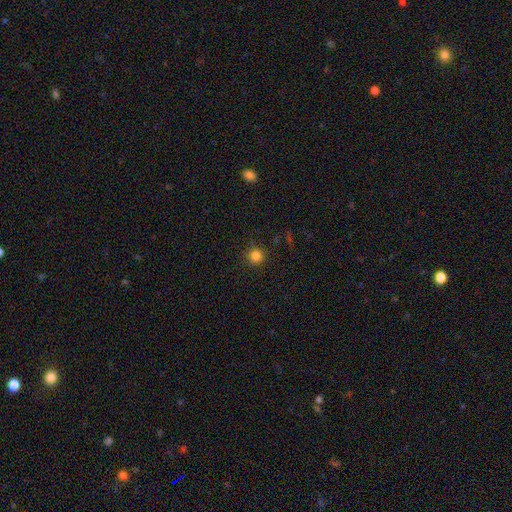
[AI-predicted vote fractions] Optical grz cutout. It shows a smooth galaxy with no disk features (83%) that is round (94%). Merging: none (89%).